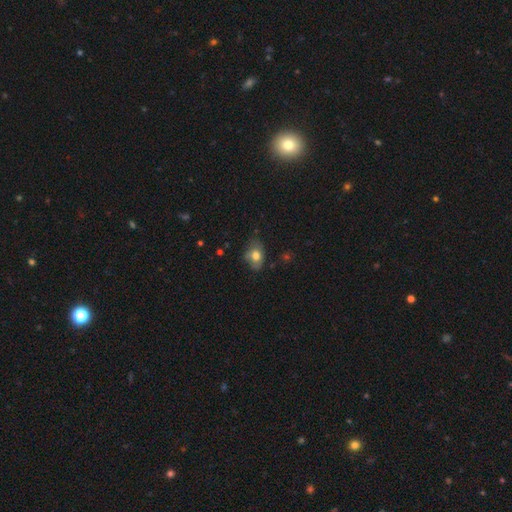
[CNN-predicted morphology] smooth 72%, featured or disk 19%, star or artifact 9%. Down the decision tree: how rounded — in between (75%); merging — none (56%).